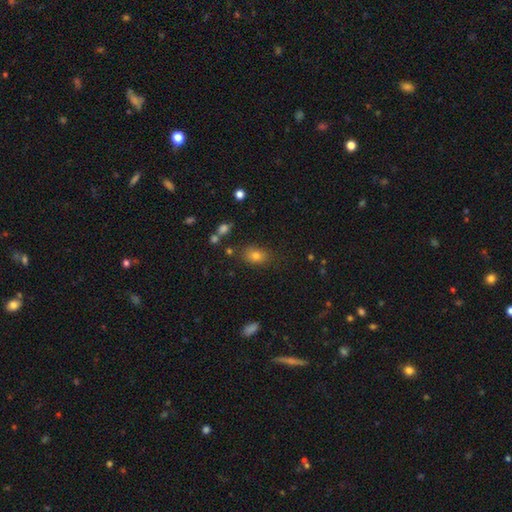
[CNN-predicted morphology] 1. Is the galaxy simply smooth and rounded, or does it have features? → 76% smooth, 15% star or artifact, 9% featured or disk.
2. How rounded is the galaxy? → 72% in between, 26% round, 2% cigar-shaped.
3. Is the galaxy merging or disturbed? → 79% none, 14% minor disturbance, 4% major disturbance, 3% merger.